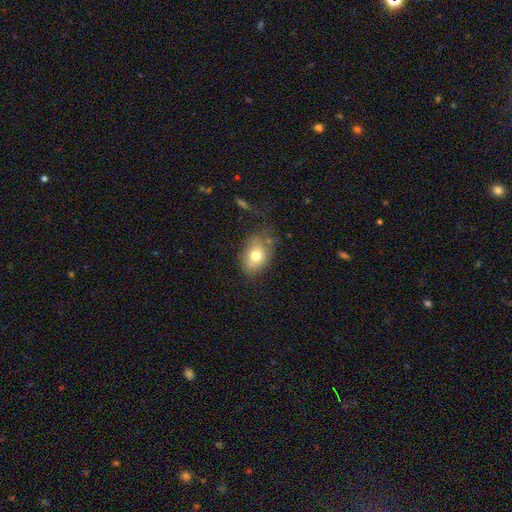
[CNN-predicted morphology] Smooth or featured?
  - smooth: 72% *
  - featured or disk: 19%
  - star or artifact: 10%
How rounded?
  - in between: 74% *
  - round: 25%
  - cigar-shaped: 1%
Merging?
  - none: 61% *
  - minor disturbance: 25%
  - major disturbance: 10%
  - merger: 4%